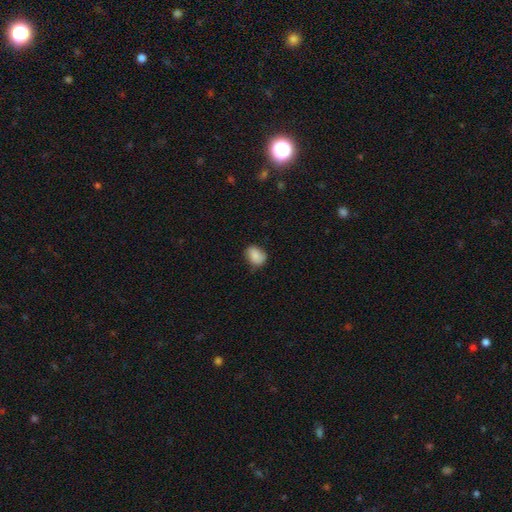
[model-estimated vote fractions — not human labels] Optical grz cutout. It shows a smooth galaxy with no disk features (84%) that is in between round and cigar-shaped (66%). Merging: none (67%).